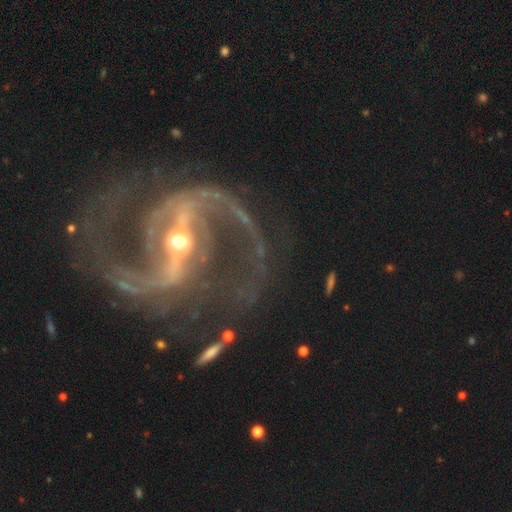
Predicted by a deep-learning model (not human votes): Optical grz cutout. It shows a featured or disk galaxy (93%) with a strong bar (73%), 2 (92%) medium (58%) spiral arms (98%) and a moderate central bulge (50%). Merging: none (73%).